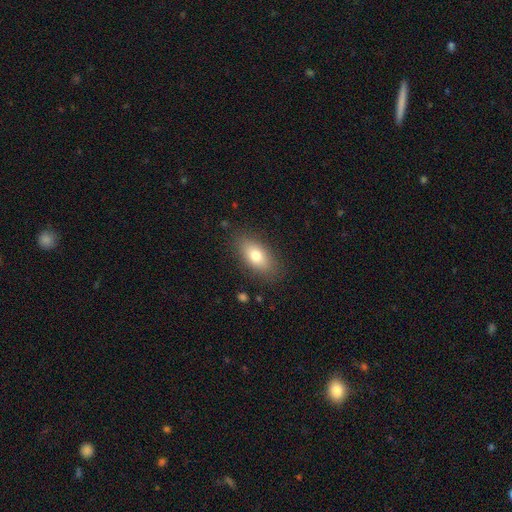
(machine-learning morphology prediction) Smooth or featured: smooth — 76% (featured or disk — 16%)
How rounded: in between — 88% (round — 6%)
Merging: none — 84% (minor disturbance — 11%)